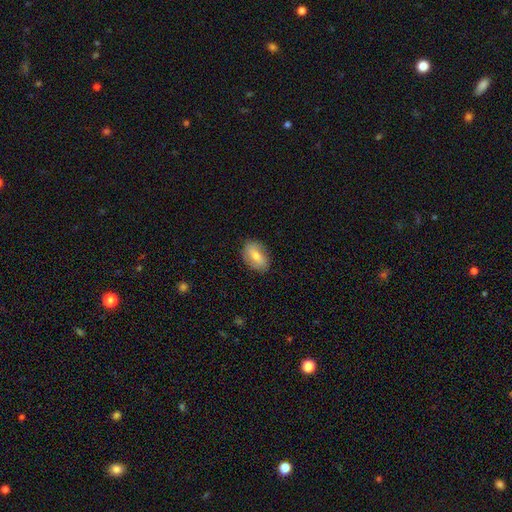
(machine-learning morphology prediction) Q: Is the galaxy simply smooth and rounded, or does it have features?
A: smooth — 62%.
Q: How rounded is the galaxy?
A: in between — 88%.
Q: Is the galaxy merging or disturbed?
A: none — 82%.